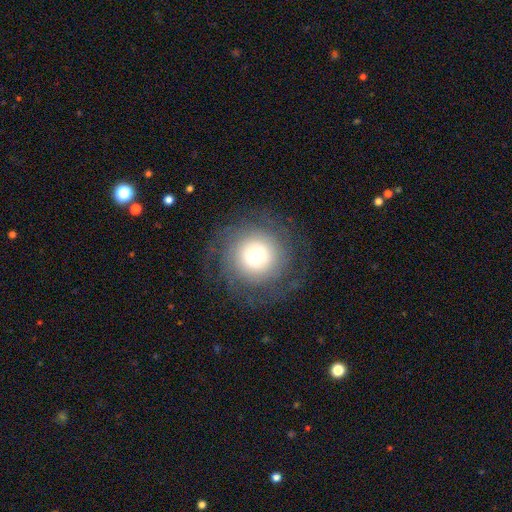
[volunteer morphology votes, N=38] Smooth or featured? featured or disk (68%)
Edge-on disk? no (100%)
Bar? no (88%)
Spiral arms? yes (92%)
Spiral winding? tight (92%)
Spiral arm count? can't tell (46%)
Bulge size? moderate (35%)
Merging? none (78%)